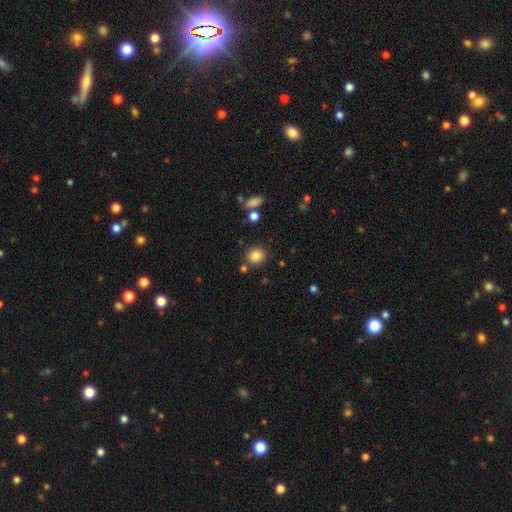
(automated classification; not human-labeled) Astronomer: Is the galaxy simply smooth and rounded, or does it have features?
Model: smooth — 85%.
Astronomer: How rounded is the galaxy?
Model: round — 81%.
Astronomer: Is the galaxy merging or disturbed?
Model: none — 82%.